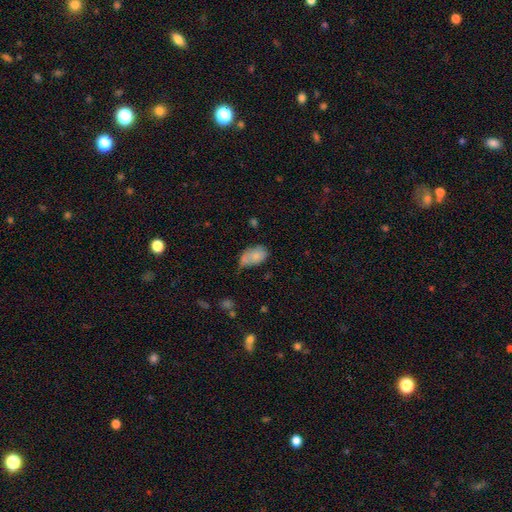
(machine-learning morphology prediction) type=smooth (78%); roundness=in between (90%); merging=minor disturbance (39%).